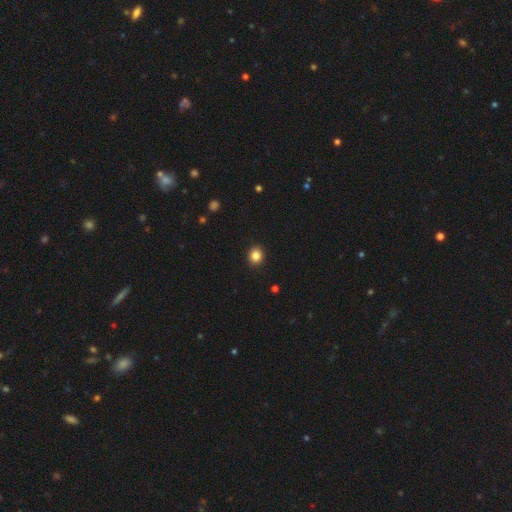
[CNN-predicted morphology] Overall: smooth (85%). How rounded: round (77%). Merging: none (92%).